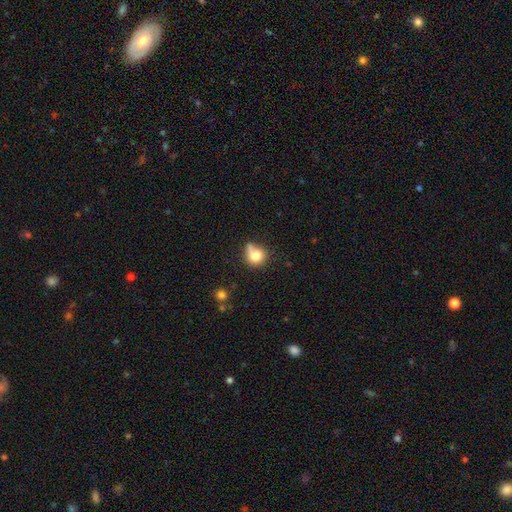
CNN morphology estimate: A smooth galaxy with no disk features (79%) that is round (80%). Merging: none (46%).